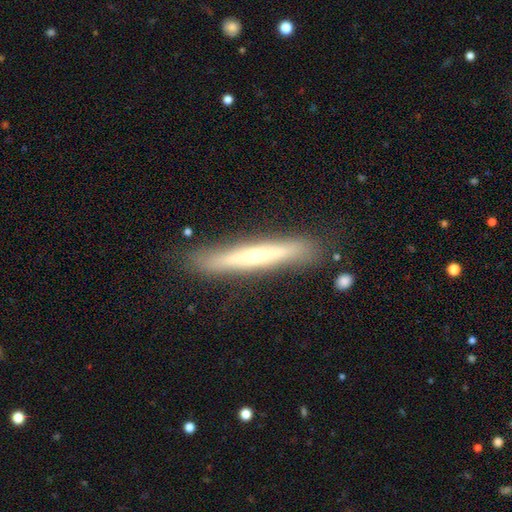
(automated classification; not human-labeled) Smooth or featured? featured or disk (54%)
Edge-on disk? yes (88%)
Merging? none (84%)